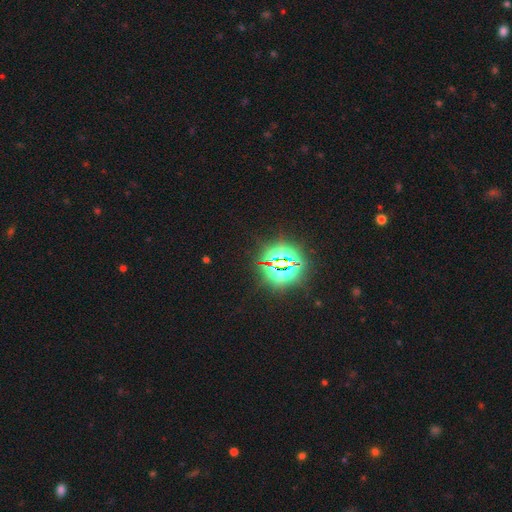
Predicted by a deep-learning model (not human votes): star or artifact 85%, smooth 10%, featured or disk 6%.